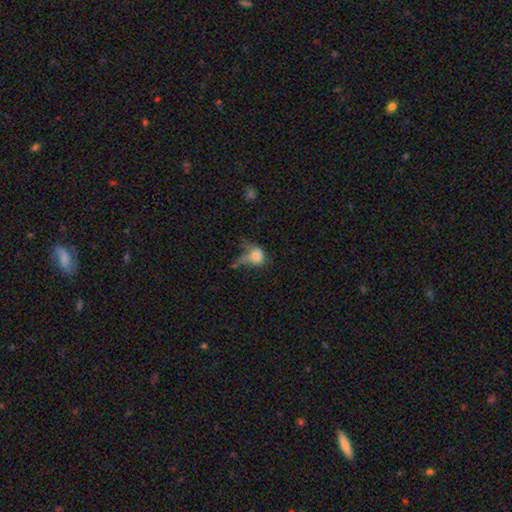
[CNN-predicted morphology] This is likely a smooth galaxy (65%). How rounded: possibly in between (58%). Merging: marginally major disturbance (40%).